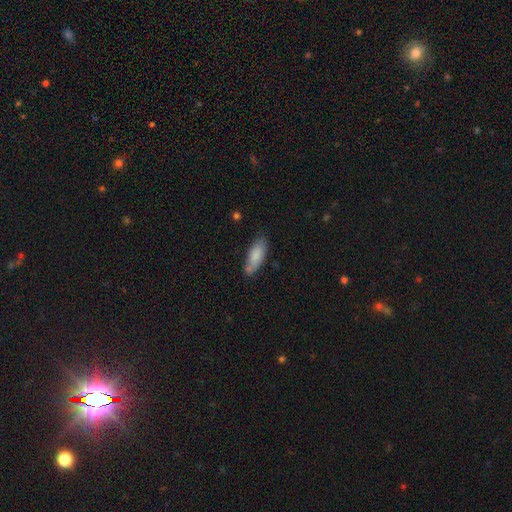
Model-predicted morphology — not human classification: A smooth galaxy with no disk features (83%) that is in between round and cigar-shaped (73%).

Vote fractions:
- Smooth or featured? smooth: 83% / featured or disk: 10% / star or artifact: 6%
- How rounded? in between: 73% / cigar-shaped: 25% / round: 2%
- Merging? none: 68% / minor disturbance: 23% / merger: 5% / major disturbance: 4%